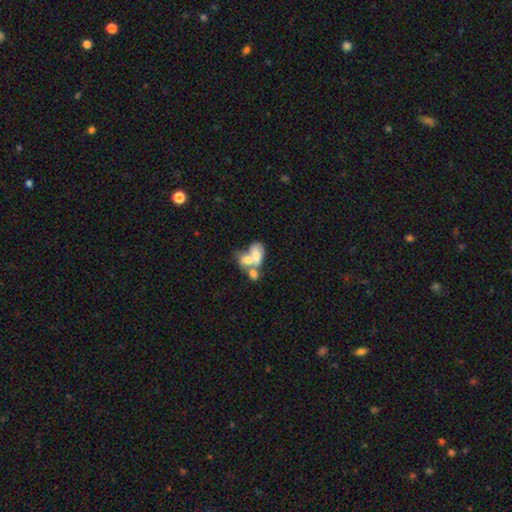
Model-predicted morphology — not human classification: smooth 57%, featured or disk 34%, star or artifact 9%. Down the decision tree: how rounded — in between (81%); merging — merger (72%).